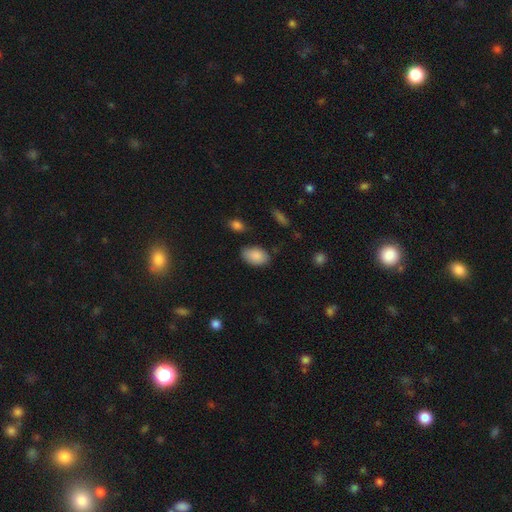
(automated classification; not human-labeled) Smooth or featured? Predicted: smooth (p=0.87). How rounded? Predicted: in between (p=0.91). Merging? Predicted: none (p=0.78).